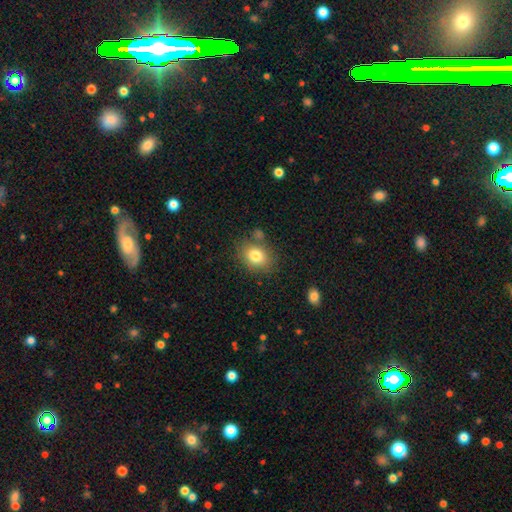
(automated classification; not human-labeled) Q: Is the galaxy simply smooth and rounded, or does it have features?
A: smooth — 81%.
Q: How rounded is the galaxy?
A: in between — 55%.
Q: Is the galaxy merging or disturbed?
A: none — 74%.